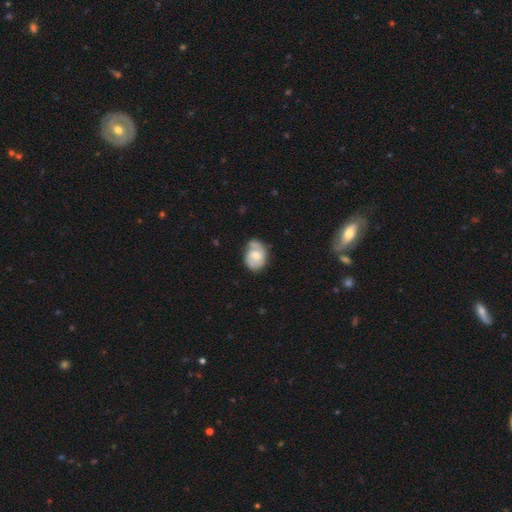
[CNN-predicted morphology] This is possibly a featured or disk galaxy (52%). It is clearly not viewed edge-on (97%). Bar: likely no (62%). Spiral arm pattern: likely yes (79%). Central bulge: possibly moderate (55%). Merging: possibly none (51%).